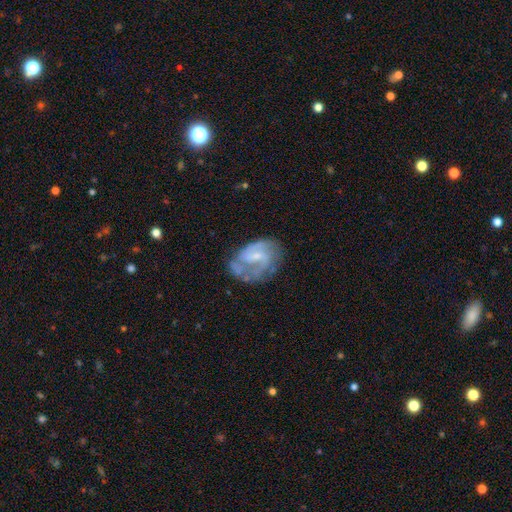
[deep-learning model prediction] smooth_or_featured: featured or disk (p=0.79) [alt: smooth p=0.15]
disk_edge_on: no (p=0.98) [alt: yes p=0.02]
bar: weak (p=0.54) [alt: no p=0.32]
has_spiral_arms: yes (p=0.89) [alt: no p=0.11]
spiral_winding: medium (p=0.49) [alt: tight p=0.26]
spiral_arm_count: 2 (p=0.65) [alt: can't tell p=0.15]
bulge_size: small (p=0.60) [alt: moderate p=0.27]
merging: none (p=0.49) [alt: minor disturbance p=0.26]